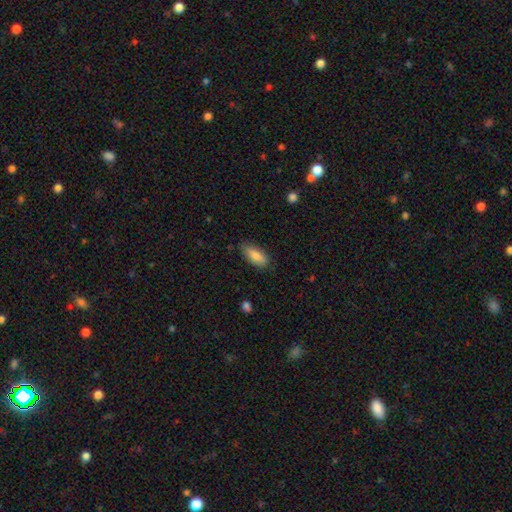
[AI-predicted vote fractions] Q: Smooth or featured?
A: smooth (84%); runner-up: featured or disk (10%)
Q: How rounded?
A: in between (80%); runner-up: cigar-shaped (18%)
Q: Merging?
A: none (78%); runner-up: minor disturbance (18%)